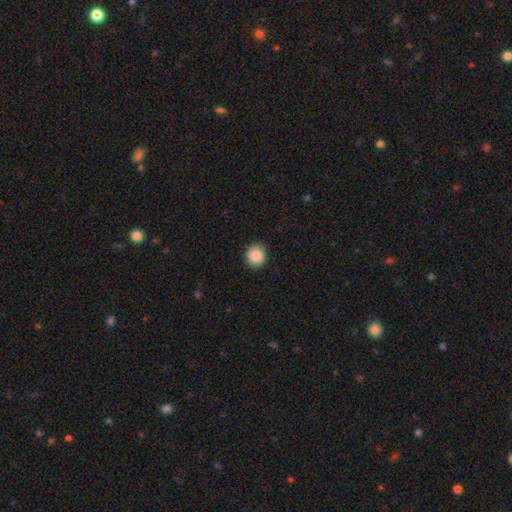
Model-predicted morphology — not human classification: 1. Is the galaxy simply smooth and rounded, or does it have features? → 89% smooth, 8% star or artifact, 3% featured or disk.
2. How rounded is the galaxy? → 89% round, 10% in between, 1% cigar-shaped.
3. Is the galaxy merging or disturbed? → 89% none, 8% minor disturbance, 2% major disturbance, 1% merger.